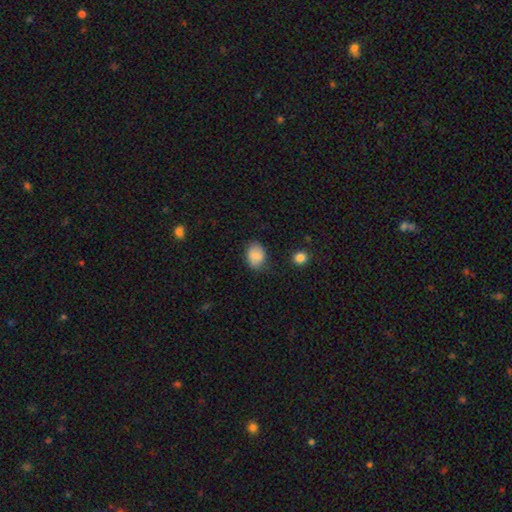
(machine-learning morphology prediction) A smooth galaxy with no disk features (79%) that is in between round and cigar-shaped (70%). Merging: none (73%).